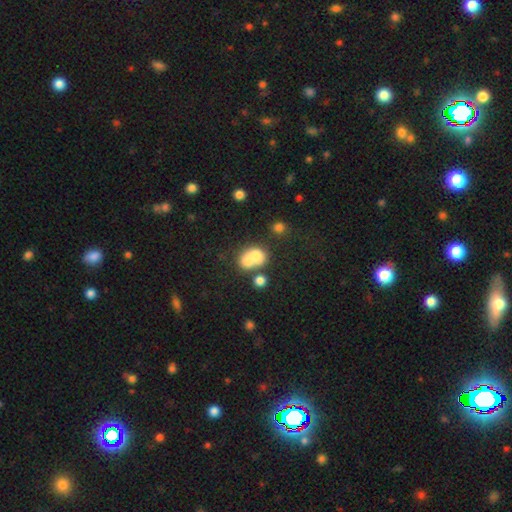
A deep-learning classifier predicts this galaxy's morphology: The model was most divided on "how rounded": in between: 51%, round: 48%, cigar-shaped: 1%. More confident: smooth or featured — smooth (68%); merging — merger (62%).